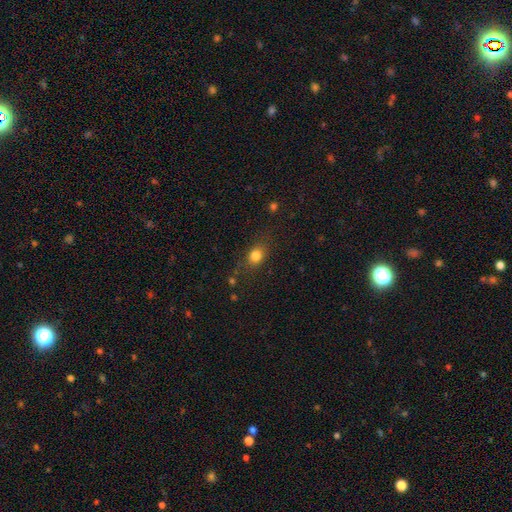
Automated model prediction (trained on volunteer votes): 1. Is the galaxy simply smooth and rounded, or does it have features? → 81% smooth, 12% star or artifact, 8% featured or disk.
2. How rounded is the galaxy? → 53% round, 44% in between, 2% cigar-shaped.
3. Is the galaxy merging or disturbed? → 75% none, 16% minor disturbance, 7% major disturbance, 2% merger.